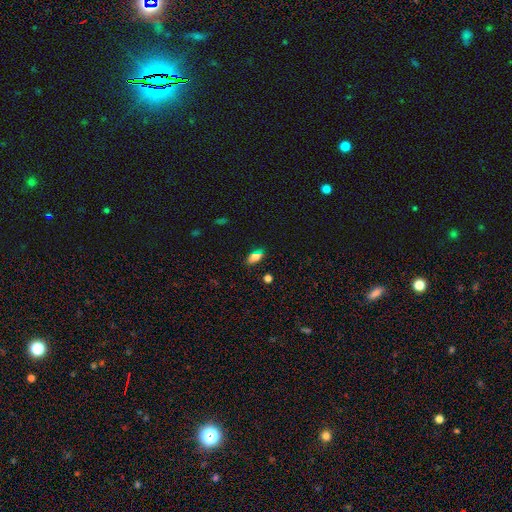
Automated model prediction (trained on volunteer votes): smooth-or-featured: smooth: 72% | star or artifact: 15% | featured or disk: 13%
  how-rounded: in between: 83% | round: 9% | cigar-shaped: 8%
  merging: none: 76% | minor disturbance: 17% | major disturbance: 4% | merger: 3%